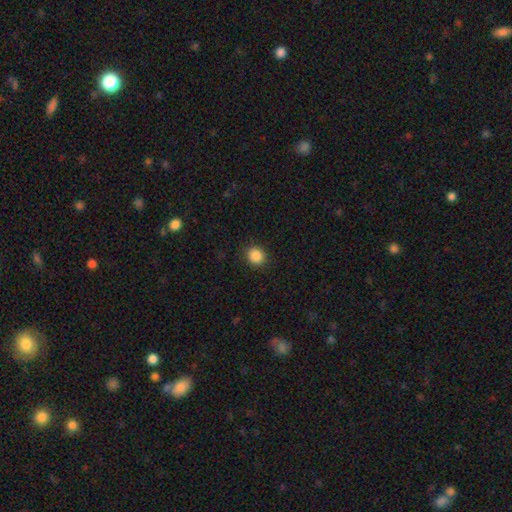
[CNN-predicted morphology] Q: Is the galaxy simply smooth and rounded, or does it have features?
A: smooth — 87%.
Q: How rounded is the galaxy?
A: round — 83%.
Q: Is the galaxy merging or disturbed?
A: none — 90%.